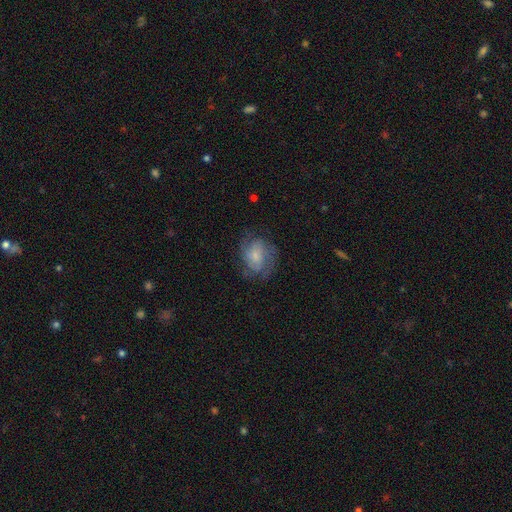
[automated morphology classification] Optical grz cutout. It shows a featured or disk galaxy (54%) with no bar (66%), spiral arms (82%) and a small central bulge (51%). Merging: none (61%).